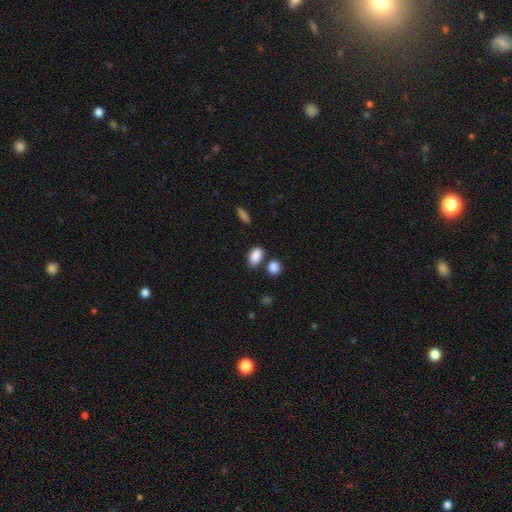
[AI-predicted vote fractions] A smooth galaxy with no disk features (88%) that is in between round and cigar-shaped (87%). Merging: none (67%).